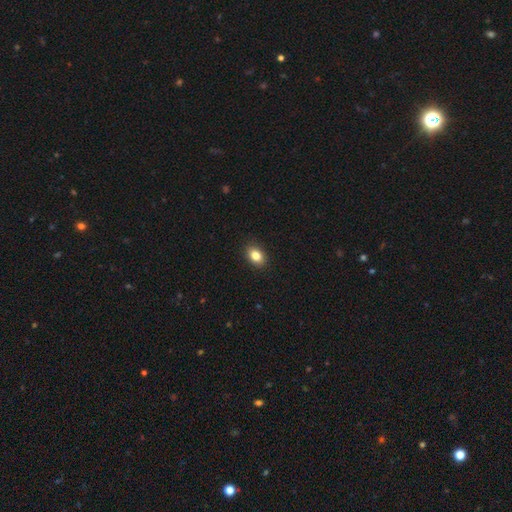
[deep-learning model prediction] smooth_or_featured: smooth (p=0.84) [alt: star or artifact p=0.09]
how_rounded: in between (p=0.80) [alt: round p=0.19]
merging: none (p=0.90) [alt: minor disturbance p=0.08]